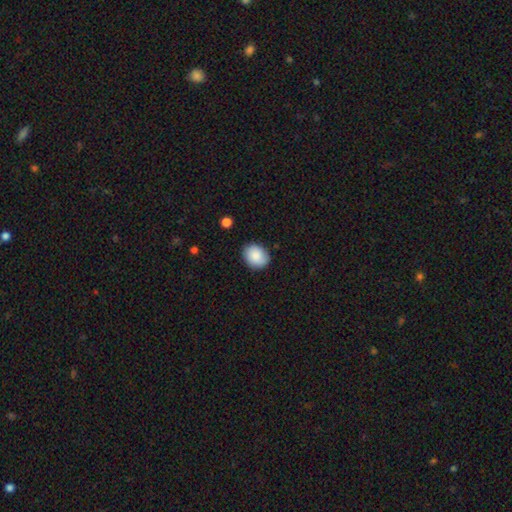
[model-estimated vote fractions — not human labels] This appears to be a smooth galaxy with no disk features (87%) that is round (51%). Merging: none (84%).